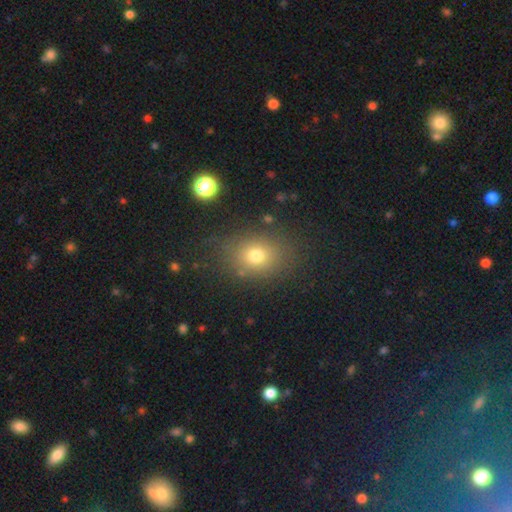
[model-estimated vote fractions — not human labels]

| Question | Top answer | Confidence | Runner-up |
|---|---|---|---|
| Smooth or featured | smooth | 73% | star or artifact (16%) |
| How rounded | in between | 55% | round (44%) |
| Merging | none | 80% | minor disturbance (12%) |